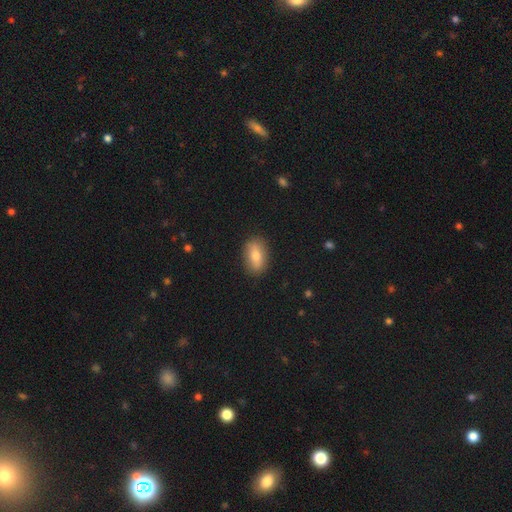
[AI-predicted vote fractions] smooth 72%, featured or disk 20%, star or artifact 7%. Down the decision tree: how rounded — in between (87%); merging — none (87%).